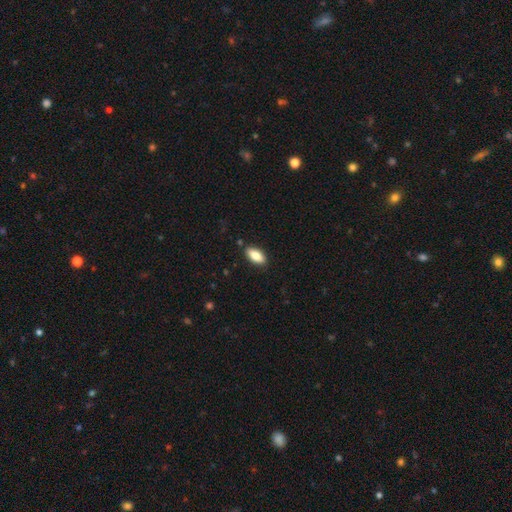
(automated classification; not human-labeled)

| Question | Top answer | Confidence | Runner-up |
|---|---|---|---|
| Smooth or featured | smooth | 85% | featured or disk (8%) |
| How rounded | in between | 89% | cigar-shaped (8%) |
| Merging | none | 86% | minor disturbance (10%) |